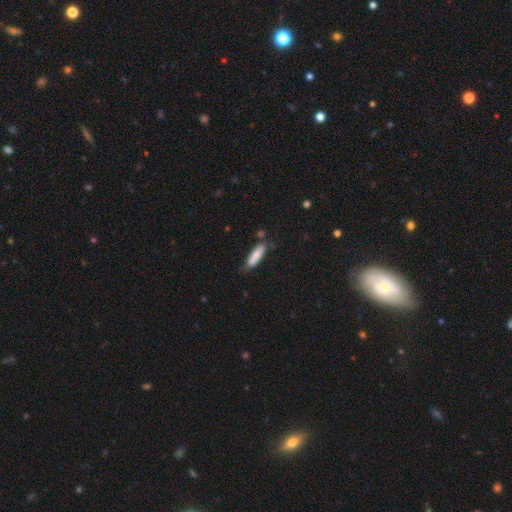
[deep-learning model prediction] This appears to be a smooth galaxy with no disk features (79%) that is cigar-shaped (63%). Merging: none (67%).